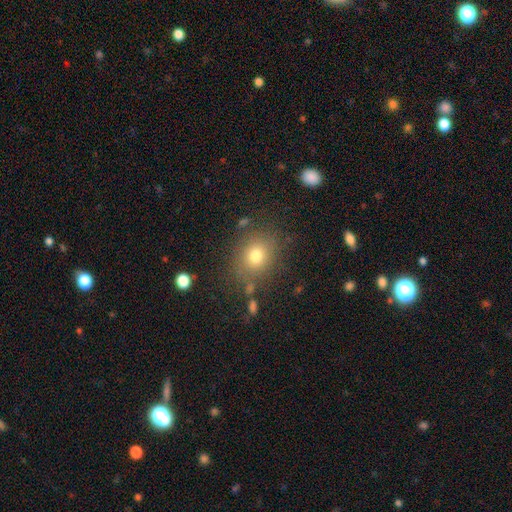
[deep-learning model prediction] A smooth galaxy with no disk features (75%) that is round (65%). Merging: none (80%).